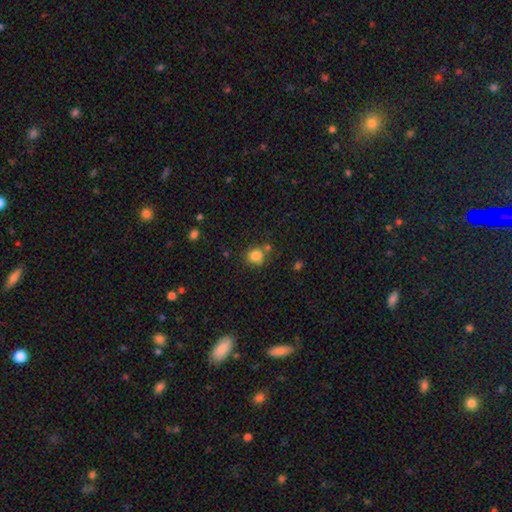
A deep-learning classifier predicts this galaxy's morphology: smooth 82%, star or artifact 12%, featured or disk 6%. Down the decision tree: how rounded — round (84%); merging — none (68%).